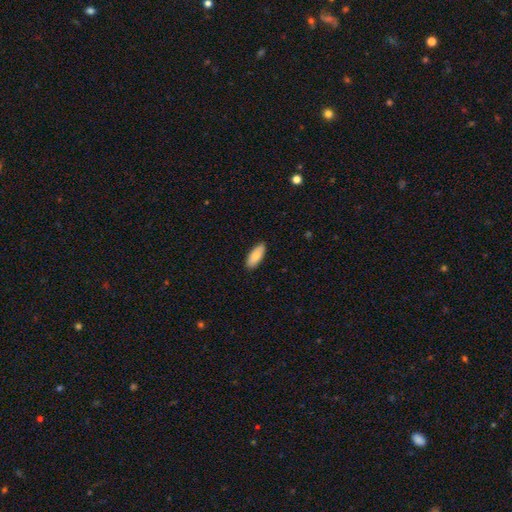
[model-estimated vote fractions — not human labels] Smooth or featured?
  - smooth: 86% *
  - featured or disk: 8%
  - star or artifact: 6%
How rounded?
  - in between: 81% *
  - cigar-shaped: 18%
  - round: 2%
Merging?
  - none: 88% *
  - minor disturbance: 10%
  - major disturbance: 2%
  - merger: 1%